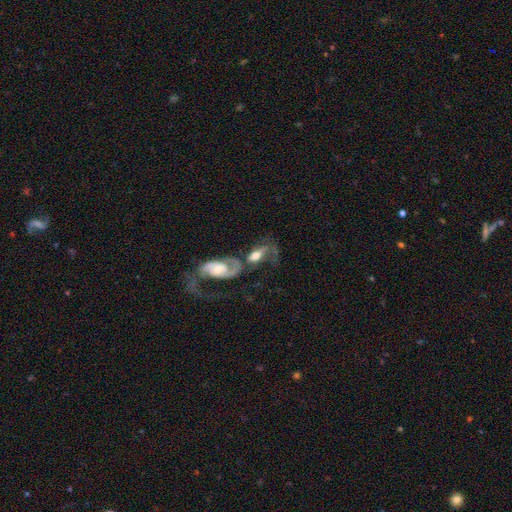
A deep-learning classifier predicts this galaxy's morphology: Q: Smooth or featured?
A: featured or disk (72%); runner-up: smooth (21%)
Q: Edge-on disk?
A: no (87%); runner-up: yes (13%)
Q: Bar?
A: no (47%); runner-up: weak (36%)
Q: Spiral arms?
A: yes (85%); runner-up: no (15%)
Q: Spiral winding?
A: loose (60%); runner-up: medium (29%)
Q: Spiral arm count?
A: 2 (82%); runner-up: 1 (8%)
Q: Bulge size?
A: moderate (54%); runner-up: small (21%)
Q: Merging?
A: merger (46%); runner-up: none (23%)